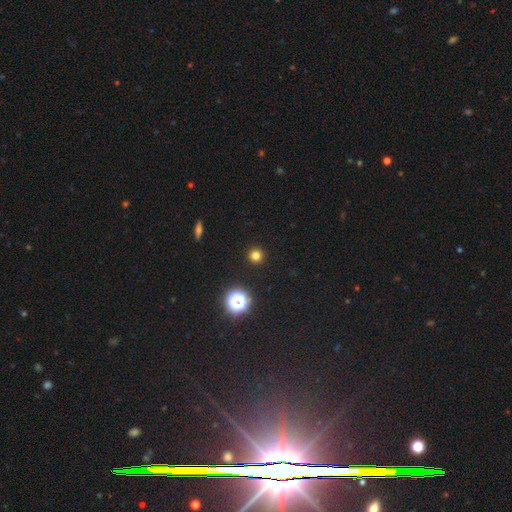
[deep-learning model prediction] Smooth or featured? smooth (77%)
How rounded? round (96%)
Merging? none (93%)